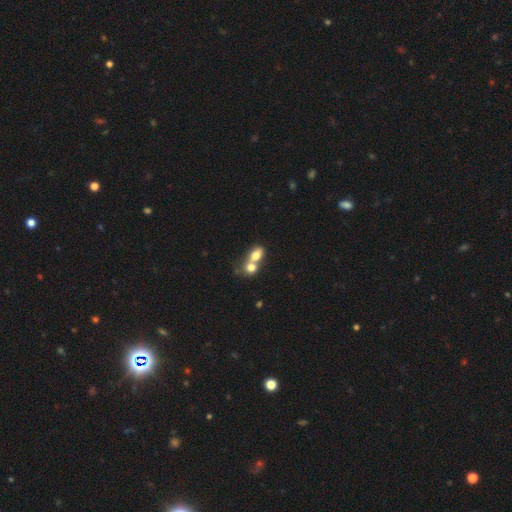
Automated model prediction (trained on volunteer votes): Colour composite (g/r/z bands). It shows a smooth galaxy with no disk features (72%) that is in between round and cigar-shaped (64%). Merging: merger (71%).